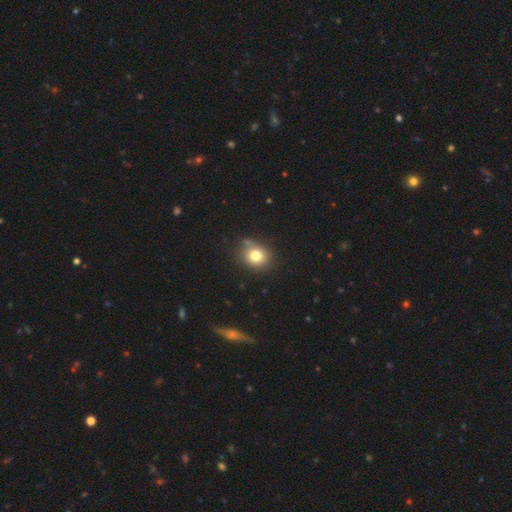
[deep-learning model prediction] A smooth galaxy with no disk features (79%) that is round (72%).

Vote fractions:
- Smooth or featured? smooth: 79% / star or artifact: 12% / featured or disk: 9%
- How rounded? round: 72% / in between: 27% / cigar-shaped: 1%
- Merging? none: 78% / minor disturbance: 13% / merger: 5% / major disturbance: 3%